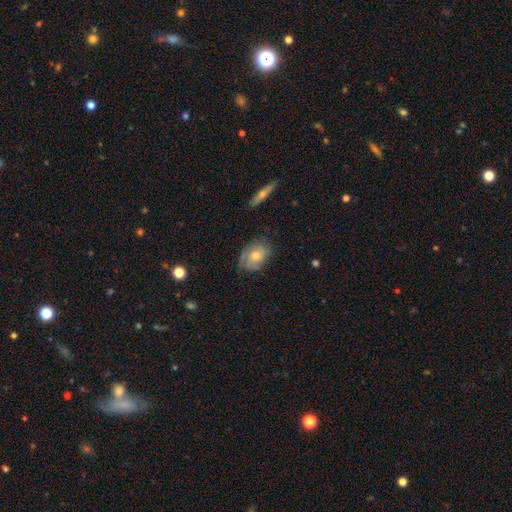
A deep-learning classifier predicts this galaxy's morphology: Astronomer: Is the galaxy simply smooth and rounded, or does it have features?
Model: featured or disk — 52% (runner-up: smooth, 39%).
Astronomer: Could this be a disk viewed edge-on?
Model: no — 91%.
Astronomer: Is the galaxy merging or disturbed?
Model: none — 69%.